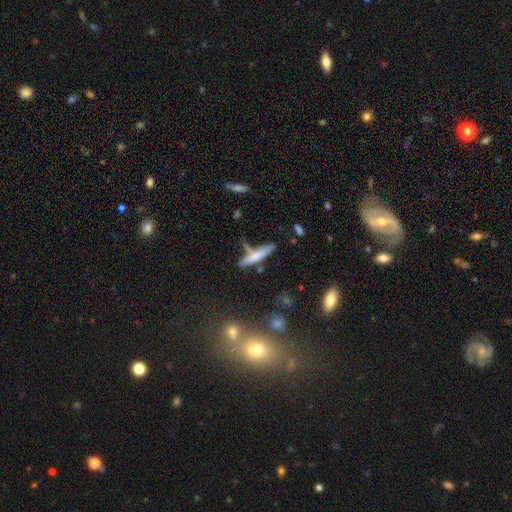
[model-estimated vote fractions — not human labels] smooth 65%, featured or disk 27%, star or artifact 8%. Down the decision tree: how rounded — cigar-shaped (86%); merging — none (57%).